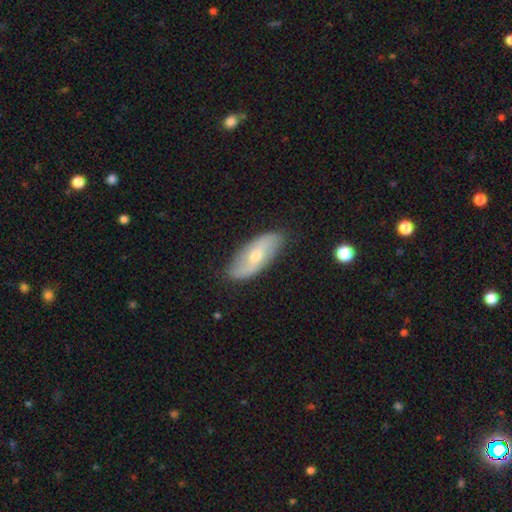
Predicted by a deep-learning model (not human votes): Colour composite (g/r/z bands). It shows a featured or disk galaxy (56%). Merging: none (81%).